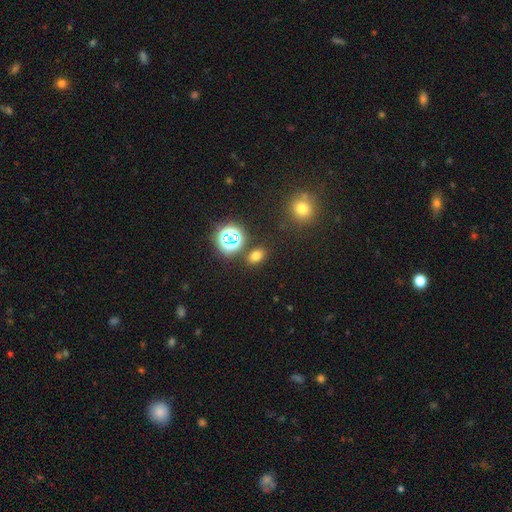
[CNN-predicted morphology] A smooth galaxy with no disk features (67%) that is in between round and cigar-shaped (72%).

Vote fractions:
- Smooth or featured? smooth: 67% / star or artifact: 26% / featured or disk: 7%
- How rounded? in between: 72% / round: 27% / cigar-shaped: 2%
- Merging? none: 83% / minor disturbance: 9% / merger: 6% / major disturbance: 3%